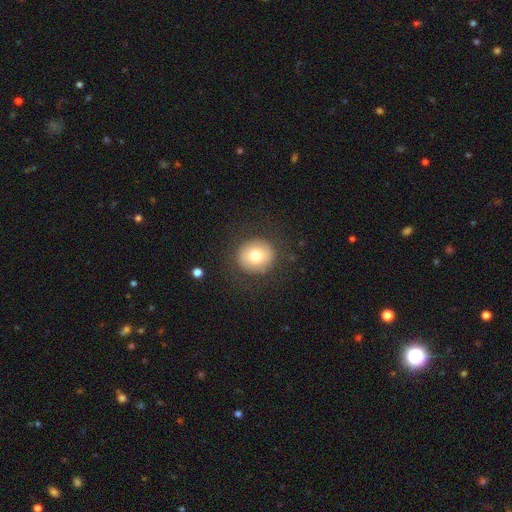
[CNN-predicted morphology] The model was most divided on "smooth or featured": smooth: 73%, featured or disk: 18%, star or artifact: 9%. More confident: how rounded — round (91%); merging — none (86%).